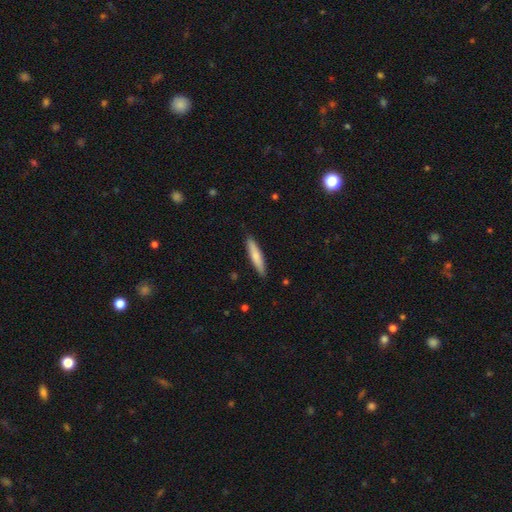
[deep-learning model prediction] smooth-or-featured: smooth: 75% | featured or disk: 20% | star or artifact: 5%
  how-rounded: cigar-shaped: 88% | in between: 11% | round: 1%
  merging: none: 89% | minor disturbance: 9% | major disturbance: 2% | merger: 1%